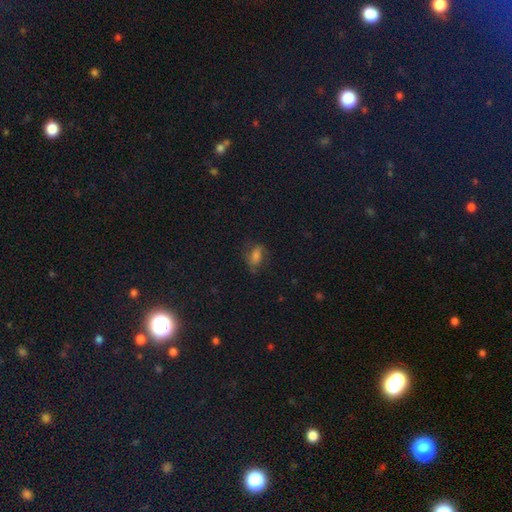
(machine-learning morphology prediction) smooth_or_featured: smooth (p=0.49) [alt: star or artifact p=0.28]
merging: none (p=0.66) [alt: minor disturbance p=0.21]